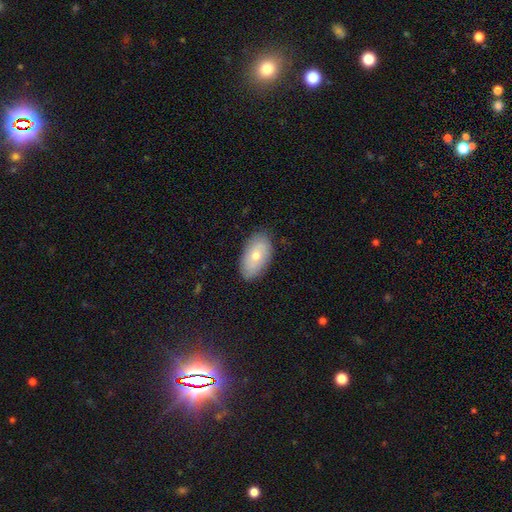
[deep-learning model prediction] A smooth galaxy with no disk features (68%) that is in between round and cigar-shaped (94%). Merging: none (85%).